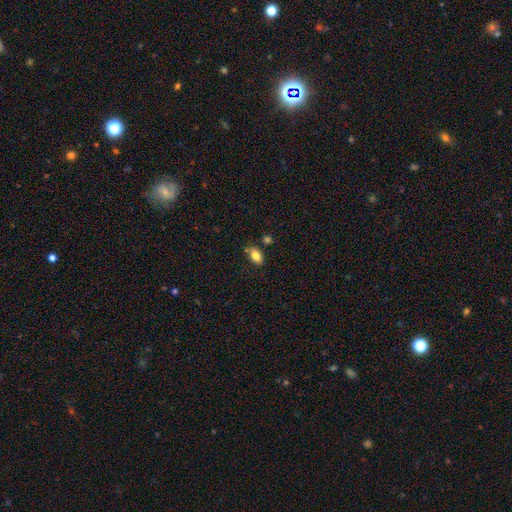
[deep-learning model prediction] A smooth galaxy with no disk features (82%) that is in between round and cigar-shaped (89%).

Vote fractions:
- Smooth or featured? smooth: 82% / featured or disk: 10% / star or artifact: 8%
- How rounded? in between: 89% / round: 8% / cigar-shaped: 3%
- Merging? none: 73% / minor disturbance: 16% / merger: 8% / major disturbance: 3%